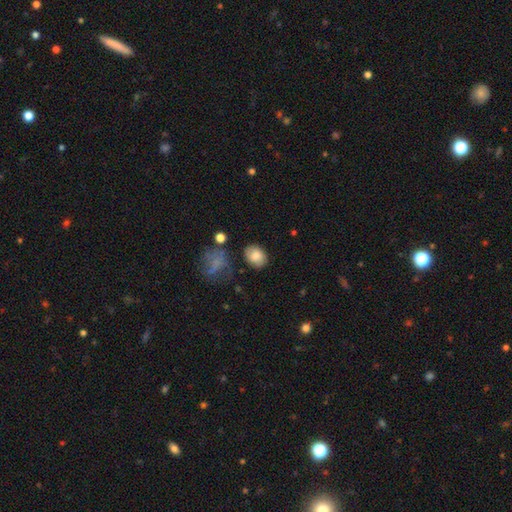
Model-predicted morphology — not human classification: smooth_or_featured: smooth (p=0.77) [alt: featured or disk p=0.14]
how_rounded: in between (p=0.59) [alt: round p=0.39]
merging: none (p=0.77) [alt: minor disturbance p=0.15]